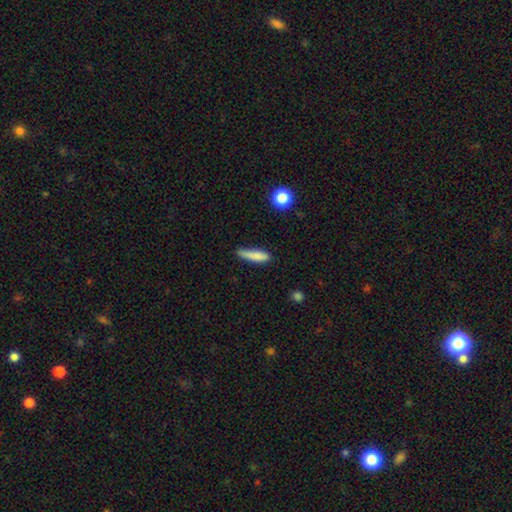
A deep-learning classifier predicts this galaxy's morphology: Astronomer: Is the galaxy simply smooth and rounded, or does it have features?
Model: smooth — 81%.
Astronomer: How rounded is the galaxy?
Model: cigar-shaped — 77%.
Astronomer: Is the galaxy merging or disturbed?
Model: none — 59%.